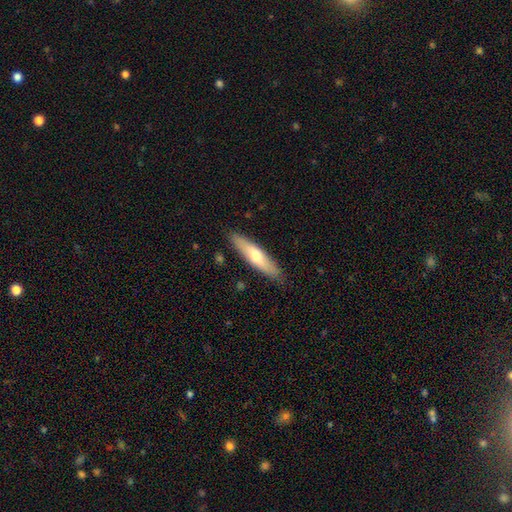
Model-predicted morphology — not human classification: type=smooth (58%); roundness=cigar-shaped (77%); merging=none (87%).